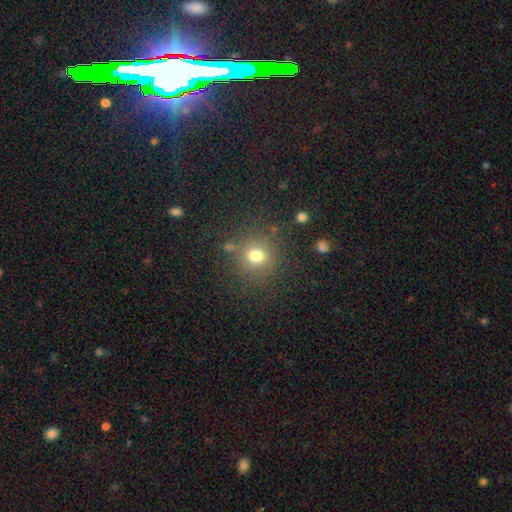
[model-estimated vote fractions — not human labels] smooth 75%, star or artifact 17%, featured or disk 8%. Down the decision tree: how rounded — round (89%); merging — none (81%).